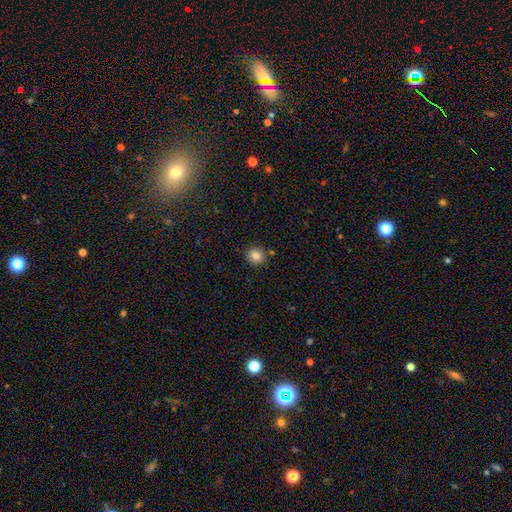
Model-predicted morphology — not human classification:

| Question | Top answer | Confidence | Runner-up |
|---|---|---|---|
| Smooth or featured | smooth | 85% | star or artifact (11%) |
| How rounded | round | 86% | in between (13%) |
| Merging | none | 84% | minor disturbance (9%) |